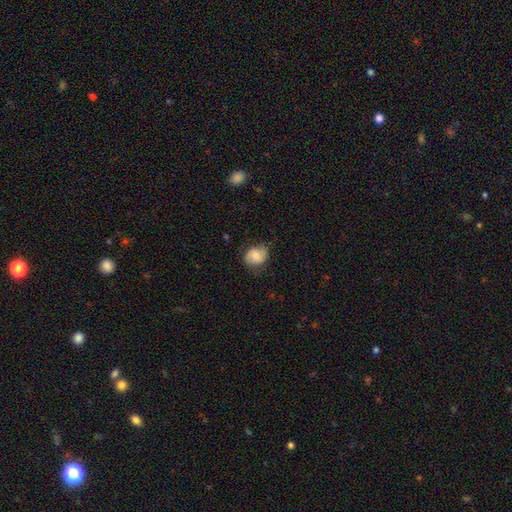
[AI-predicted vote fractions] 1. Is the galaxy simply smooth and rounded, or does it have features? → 62% smooth, 30% featured or disk, 8% star or artifact.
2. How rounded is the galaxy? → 58% round, 41% in between, 1% cigar-shaped.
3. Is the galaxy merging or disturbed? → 69% none, 24% minor disturbance, 6% major disturbance, 1% merger.